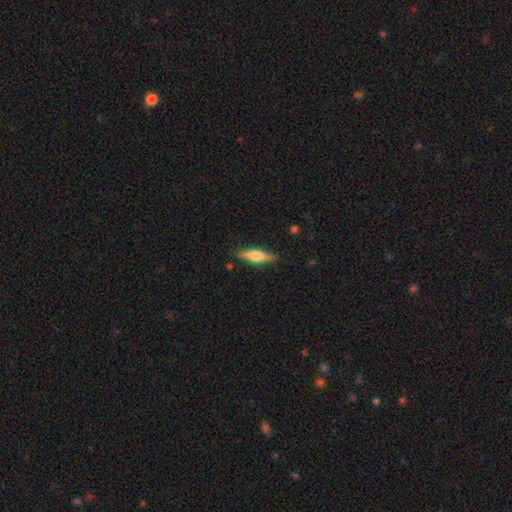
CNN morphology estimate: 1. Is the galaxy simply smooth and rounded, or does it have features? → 50% smooth, 44% featured or disk, 6% star or artifact.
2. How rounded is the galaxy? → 67% cigar-shaped, 31% in between, 2% round.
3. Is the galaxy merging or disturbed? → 86% none, 10% minor disturbance, 2% major disturbance, 1% merger.